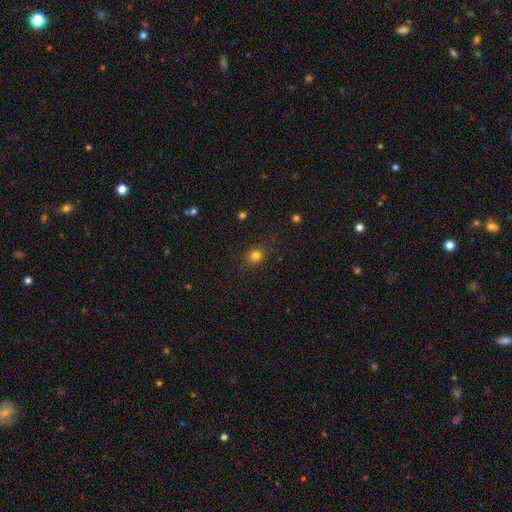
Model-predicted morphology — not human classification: This appears to be a smooth galaxy with no disk features (80%) that is round (80%). Merging: none (87%).